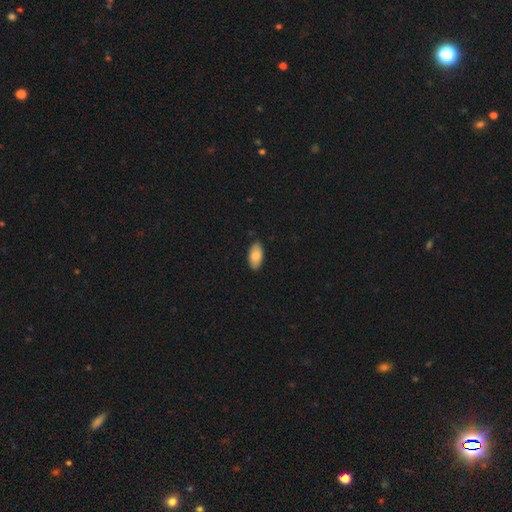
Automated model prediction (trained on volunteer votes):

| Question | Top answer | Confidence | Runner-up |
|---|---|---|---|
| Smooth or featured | smooth | 84% | featured or disk (10%) |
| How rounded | in between | 94% | cigar-shaped (4%) |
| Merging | none | 88% | minor disturbance (9%) |